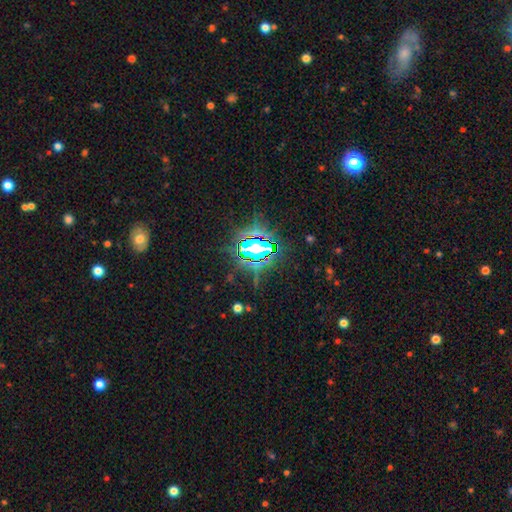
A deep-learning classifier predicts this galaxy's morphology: Q: Smooth or featured?
A: star or artifact (82%); runner-up: smooth (10%)